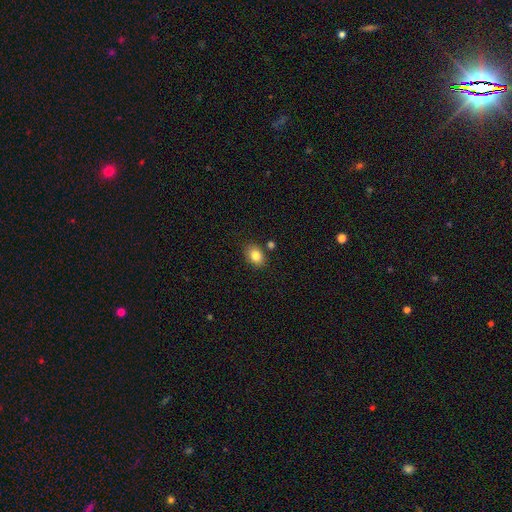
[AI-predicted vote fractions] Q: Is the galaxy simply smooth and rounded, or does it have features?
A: smooth — 83%.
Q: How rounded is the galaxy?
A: in between — 66%.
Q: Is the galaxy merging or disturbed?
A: none — 81%.